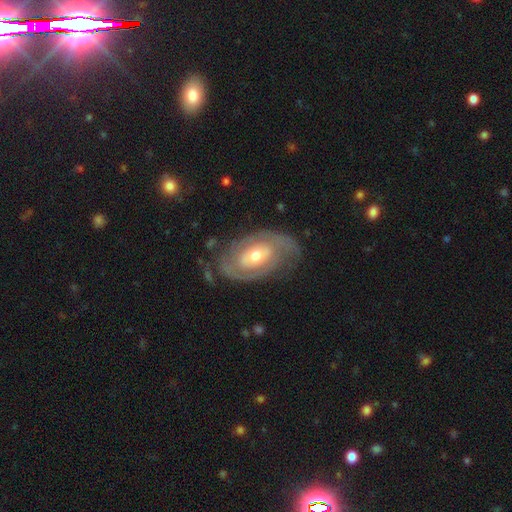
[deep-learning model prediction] Morphology: type=featured or disk (78%); edge-on=no (95%); bar=no (68%); spiral arms=yes (77%); winding=tight (61%); arm count=2 (59%); bulge=moderate (66%); merging=none (71%).